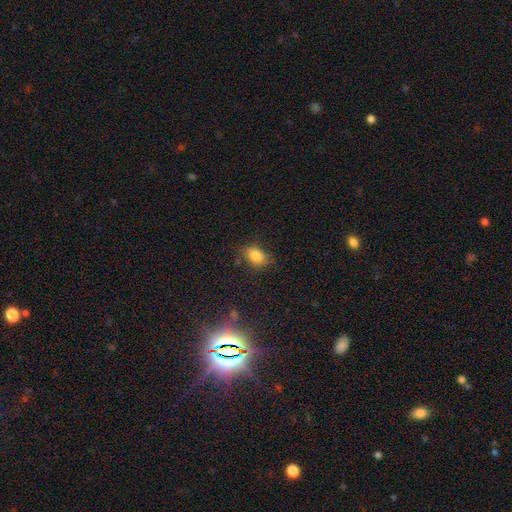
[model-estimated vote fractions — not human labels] Overall: smooth (81%). How rounded: in between (77%). Merging: none (76%).